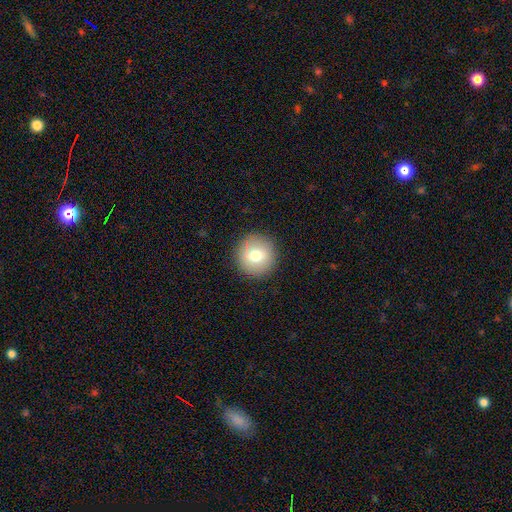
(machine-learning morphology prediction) Q: Smooth or featured?
A: smooth (74%); runner-up: featured or disk (17%)
Q: How rounded?
A: round (95%); runner-up: in between (4%)
Q: Merging?
A: none (91%); runner-up: minor disturbance (6%)